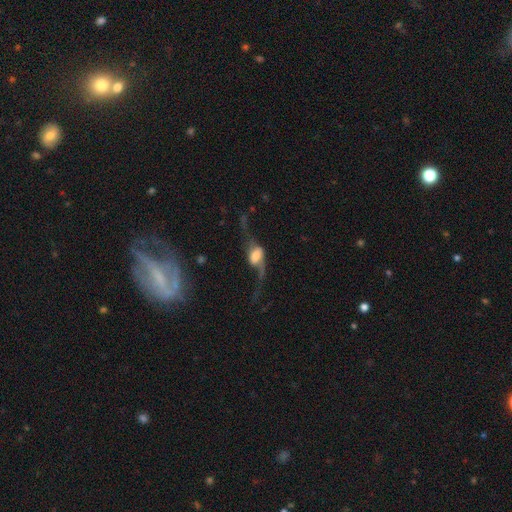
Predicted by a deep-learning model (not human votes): Overall: featured or disk (71%). Edge-on disk: no (84%). Bar: no (42%; weak 36%). Spiral arms: yes (85%). Spiral arm count: 2 (89%). Spiral winding: loose (92%). Bulge size: large (36%; moderate 24%). Merging: none (40%; major disturbance 39%).